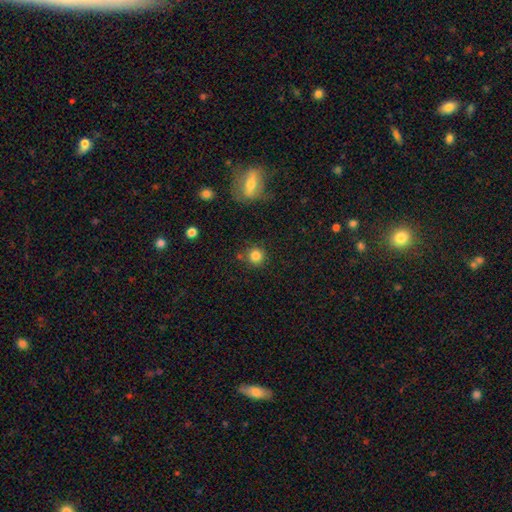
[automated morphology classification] The model was most divided on "smooth or featured": smooth: 83%, star or artifact: 12%, featured or disk: 5%. More confident: how rounded — round (93%); merging — none (83%).